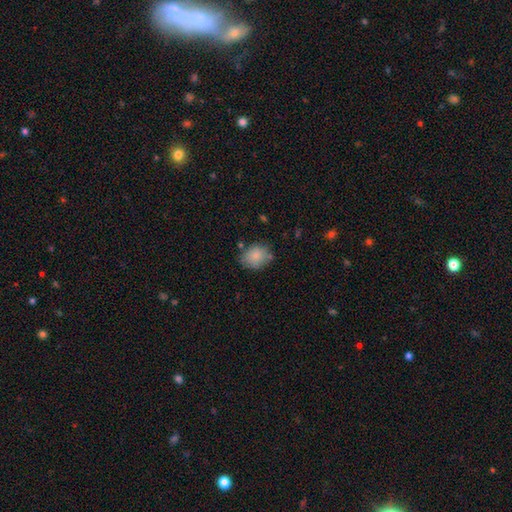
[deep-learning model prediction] smooth-or-featured: smooth: 84% | star or artifact: 8% | featured or disk: 8%
  how-rounded: round: 62% | in between: 37% | cigar-shaped: 1%
  merging: none: 72% | minor disturbance: 18% | merger: 6% | major disturbance: 5%